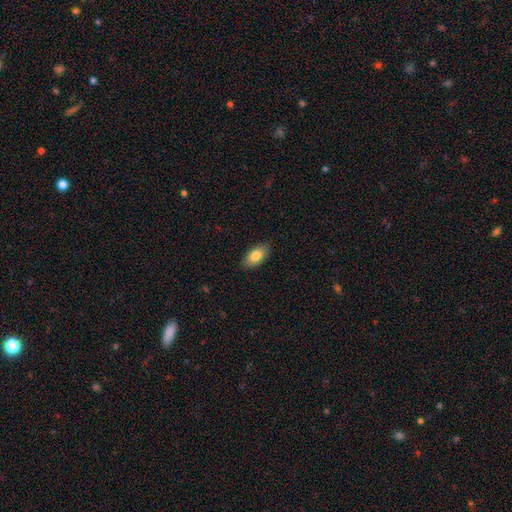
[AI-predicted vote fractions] Smooth or featured? Predicted: smooth (p=0.82). How rounded? Predicted: in between (p=0.92). Merging? Predicted: none (p=0.87).